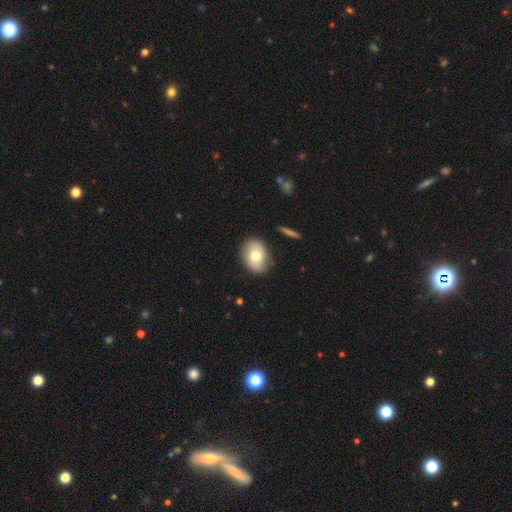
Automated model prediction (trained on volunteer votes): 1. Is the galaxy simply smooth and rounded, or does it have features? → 65% smooth, 27% featured or disk, 7% star or artifact.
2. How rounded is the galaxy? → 65% in between, 33% round, 1% cigar-shaped.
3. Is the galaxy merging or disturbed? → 84% none, 12% minor disturbance, 3% major disturbance, 2% merger.